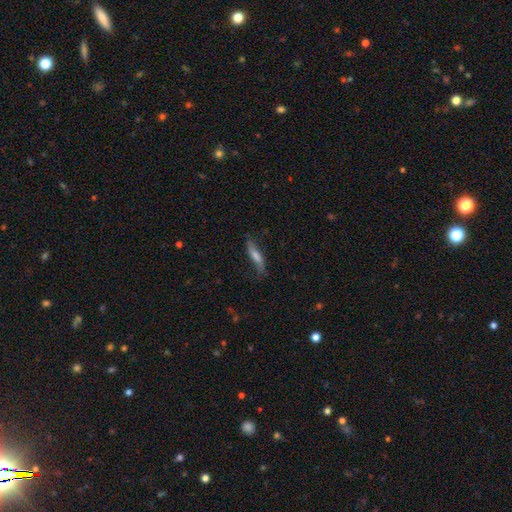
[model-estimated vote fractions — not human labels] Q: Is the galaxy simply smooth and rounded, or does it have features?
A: smooth — 49%.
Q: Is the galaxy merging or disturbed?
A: none — 68%.